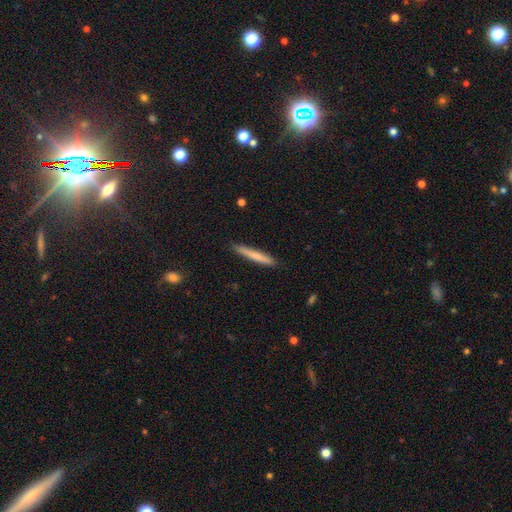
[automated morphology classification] Smooth or featured? smooth (70%)
How rounded? cigar-shaped (96%)
Merging? none (89%)